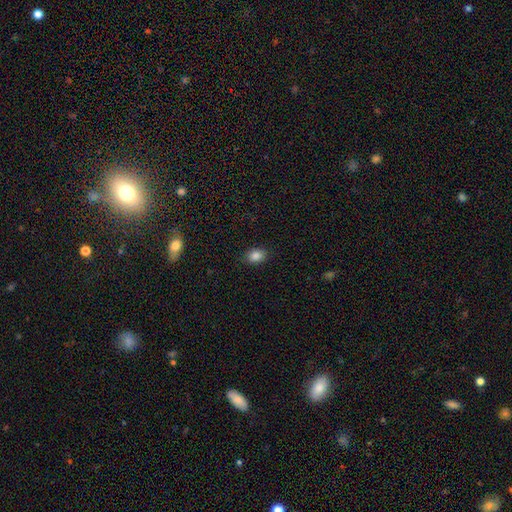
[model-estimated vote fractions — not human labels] Smooth or featured? Predicted: smooth (p=0.85). How rounded? Predicted: in between (p=0.70). Merging? Predicted: none (p=0.87).